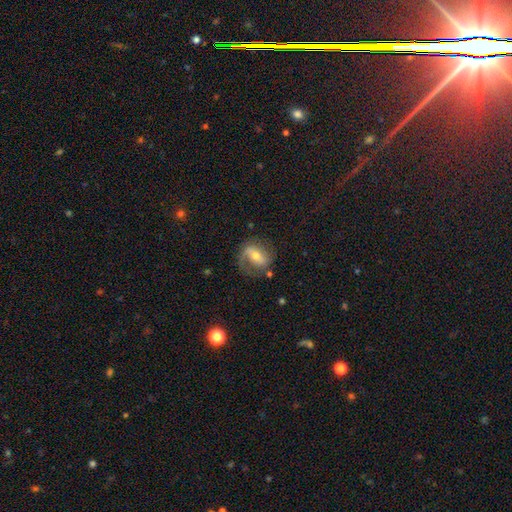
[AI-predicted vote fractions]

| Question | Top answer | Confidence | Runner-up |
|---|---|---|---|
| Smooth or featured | featured or disk | 71% | smooth (21%) |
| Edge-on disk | no | 96% | yes (4%) |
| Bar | weak | 38% | strong (36%) |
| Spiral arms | yes | 88% | no (12%) |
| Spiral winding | medium | 45% | loose (33%) |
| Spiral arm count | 2 | 66% | 1 (24%) |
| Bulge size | moderate | 55% | small (37%) |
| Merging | none | 64% | minor disturbance (19%) |